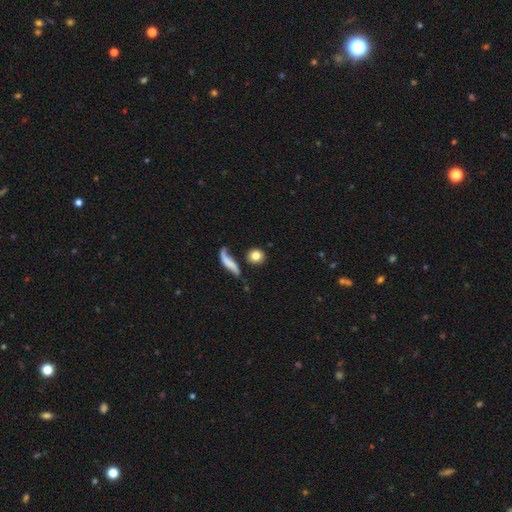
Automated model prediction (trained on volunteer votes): A smooth galaxy with no disk features (80%) that is round (84%). Merging: none (73%).